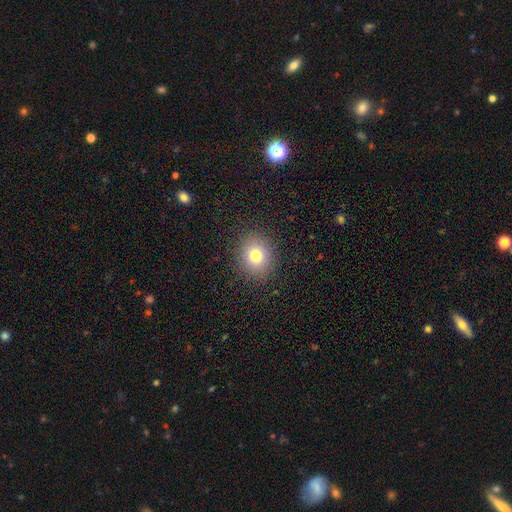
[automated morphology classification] Smooth or featured: smooth — 78% (star or artifact — 12%)
How rounded: round — 74% (in between — 25%)
Merging: none — 89% (minor disturbance — 8%)